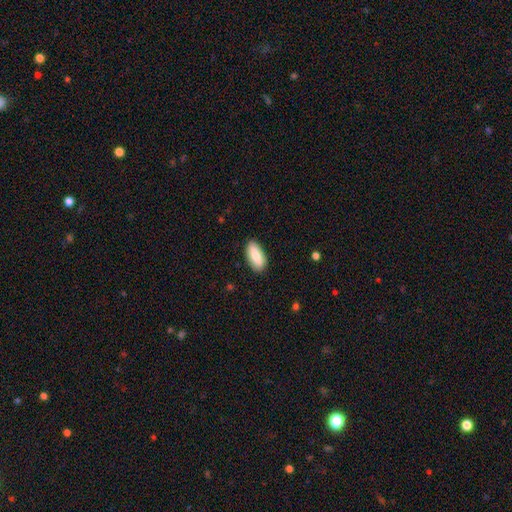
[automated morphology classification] Smooth or featured: smooth — 79% (featured or disk — 15%)
How rounded: in between — 87% (cigar-shaped — 11%)
Merging: none — 87% (minor disturbance — 10%)